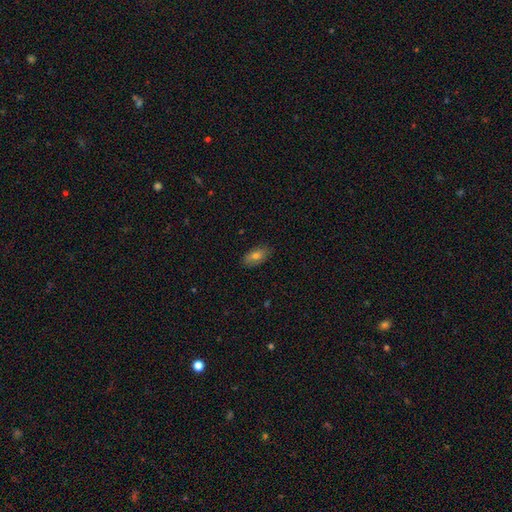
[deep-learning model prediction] Smooth or featured: smooth — 74% (featured or disk — 16%)
How rounded: in between — 90% (cigar-shaped — 5%)
Merging: none — 85% (minor disturbance — 12%)